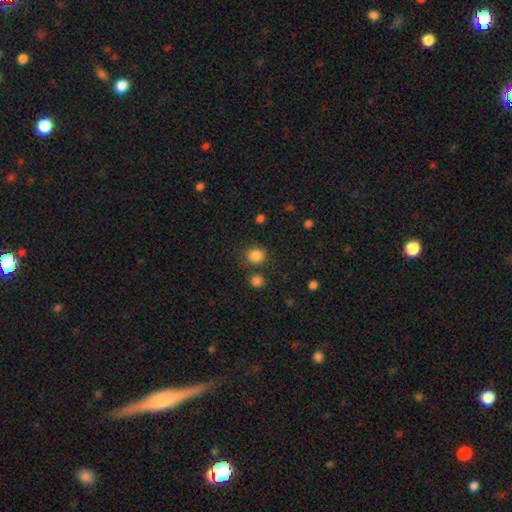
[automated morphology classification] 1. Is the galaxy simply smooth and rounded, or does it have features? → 85% smooth, 12% star or artifact, 3% featured or disk.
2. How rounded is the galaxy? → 87% round, 12% in between, 1% cigar-shaped.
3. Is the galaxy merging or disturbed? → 80% none, 9% minor disturbance, 8% merger, 4% major disturbance.